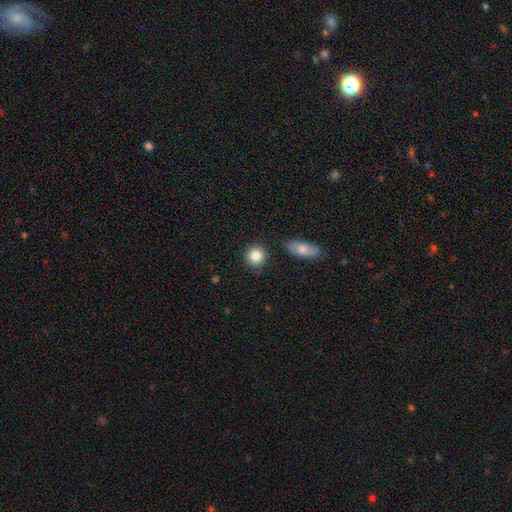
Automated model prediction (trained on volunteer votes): The model was most divided on "smooth or featured": smooth: 86%, star or artifact: 8%, featured or disk: 6%. More confident: how rounded — round (88%); merging — none (86%).